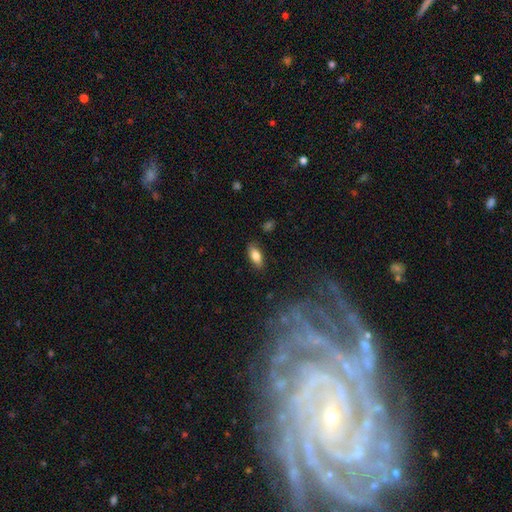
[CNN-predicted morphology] smooth_or_featured: smooth (p=0.81) [alt: featured or disk p=0.11]
how_rounded: in between (p=0.86) [alt: cigar-shaped p=0.12]
merging: none (p=0.85) [alt: minor disturbance p=0.11]